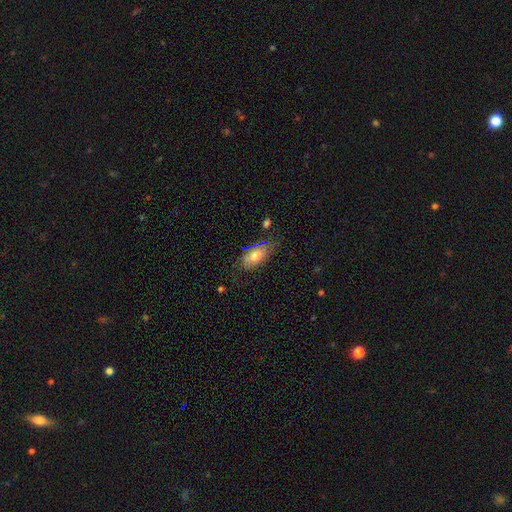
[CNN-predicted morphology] Overall: smooth (67%). How rounded: in between (87%). Merging: none (63%; minor disturbance 24%).